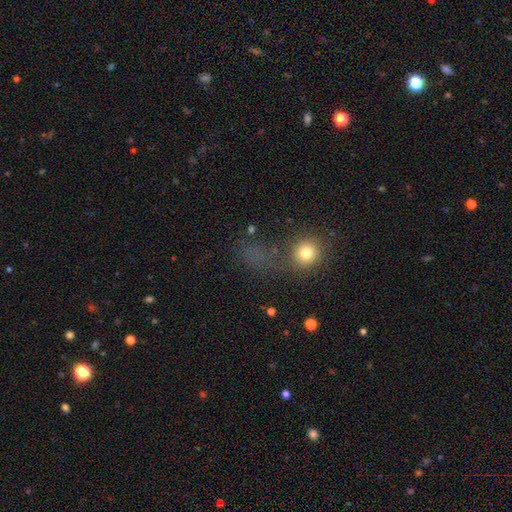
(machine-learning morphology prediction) This is possibly a smooth galaxy (58%). How rounded: likely round (68%). Merging: possibly none (50%).